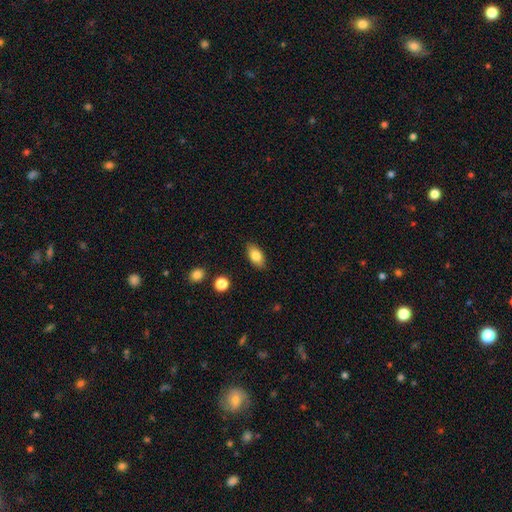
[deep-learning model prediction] Overall: smooth (81%). How rounded: in between (89%). Merging: none (87%).